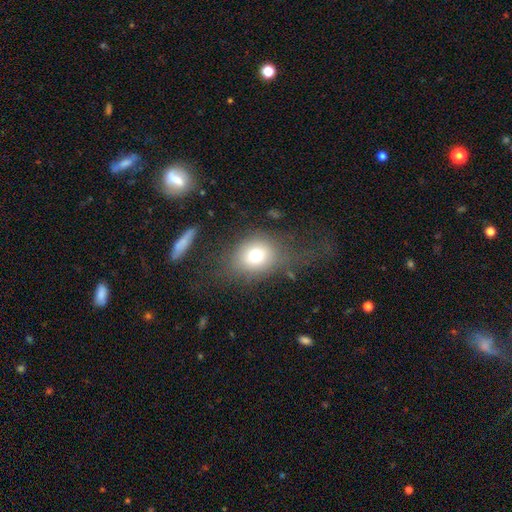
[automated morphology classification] smooth 72%, featured or disk 15%, star or artifact 13%. Down the decision tree: how rounded — round (57%); merging — none (59%).